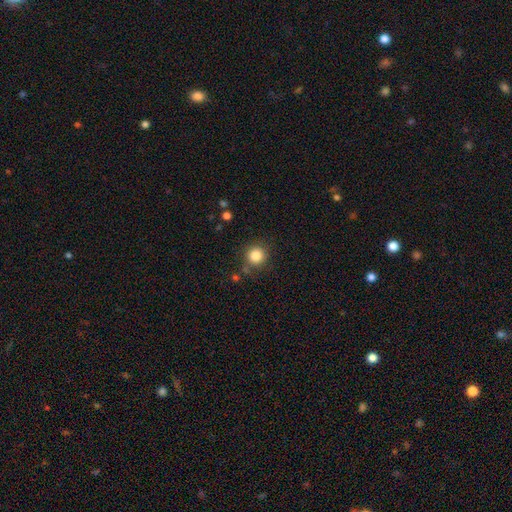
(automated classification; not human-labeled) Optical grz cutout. It shows a smooth galaxy with no disk features (85%) that is round (92%). Merging: none (81%).